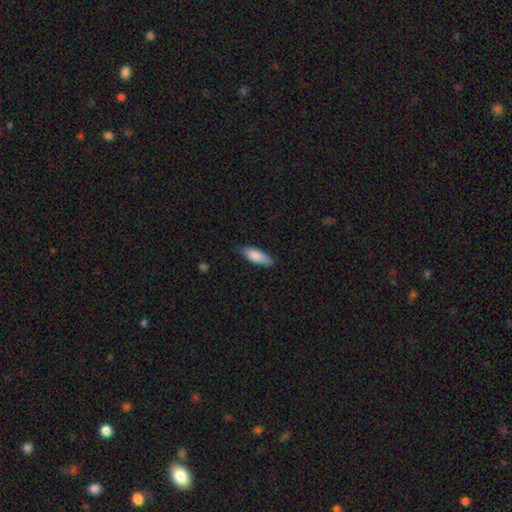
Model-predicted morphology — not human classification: This appears to be a smooth galaxy with no disk features (85%) that is in between round and cigar-shaped (64%). Merging: none (78%).